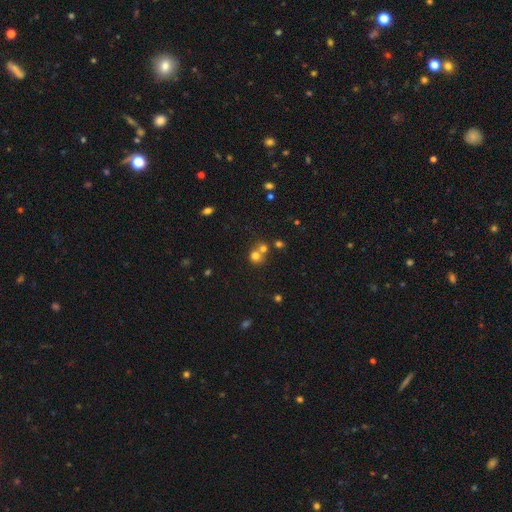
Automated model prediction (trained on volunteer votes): smooth-or-featured: smooth: 71% | star or artifact: 17% | featured or disk: 12%
  how-rounded: round: 84% | in between: 15% | cigar-shaped: 1%
  merging: merger: 46% | none: 44% | minor disturbance: 7% | major disturbance: 3%